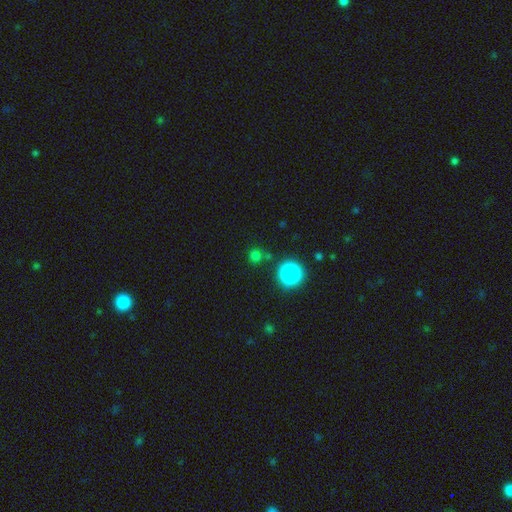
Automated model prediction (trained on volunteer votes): smooth_or_featured: smooth (p=0.68) [alt: star or artifact p=0.26]
how_rounded: round (p=0.92) [alt: in between p=0.07]
merging: none (p=0.79) [alt: merger p=0.09]